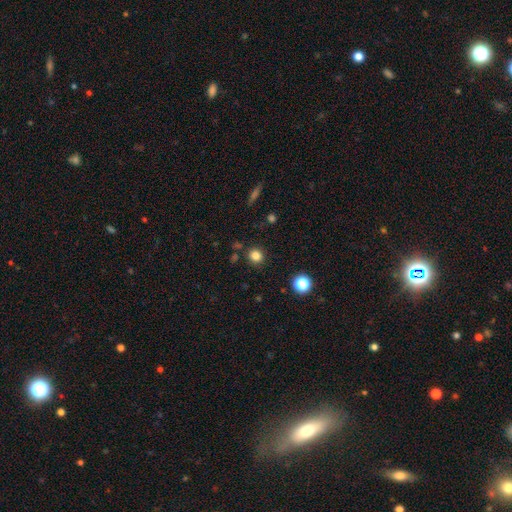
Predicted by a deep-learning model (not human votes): A smooth galaxy with no disk features (82%) that is round (89%).

Vote fractions:
- Smooth or featured? smooth: 82% / star or artifact: 14% / featured or disk: 5%
- How rounded? round: 89% / in between: 10% / cigar-shaped: 1%
- Merging? none: 88% / minor disturbance: 7% / merger: 3% / major disturbance: 2%